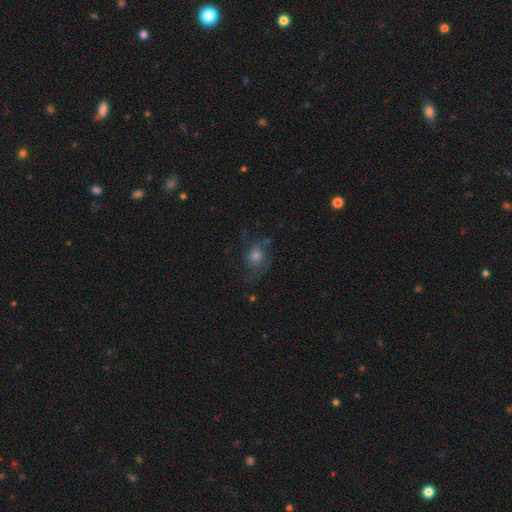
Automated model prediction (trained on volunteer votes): Smooth or featured? Predicted: featured or disk (p=0.47). Merging? Predicted: none (p=0.59).